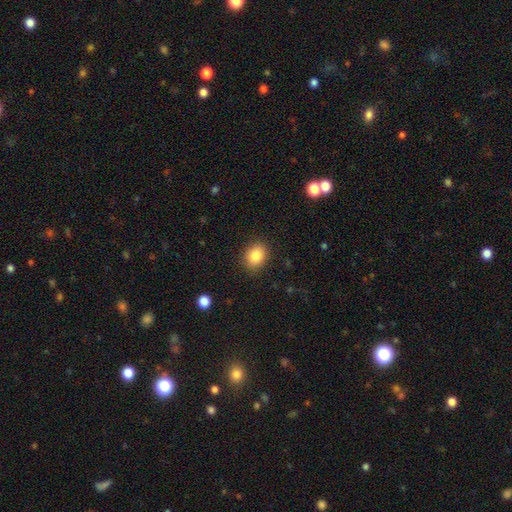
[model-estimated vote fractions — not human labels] The model was most divided on "how rounded": in between: 51%, round: 48%, cigar-shaped: 1%. More confident: merging — none (88%); smooth or featured — smooth (84%).